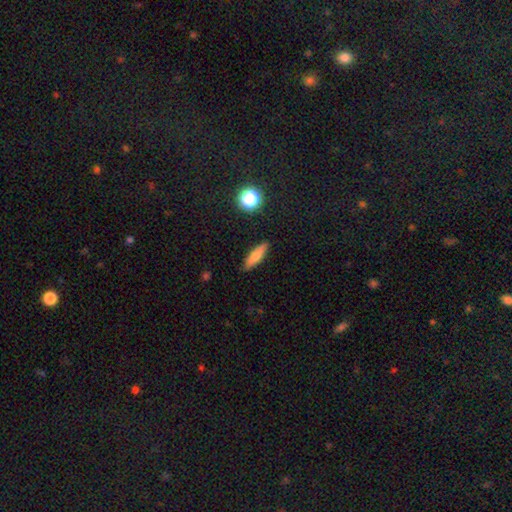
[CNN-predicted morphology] type=smooth (73%); roundness=cigar-shaped (67%); merging=none (87%).